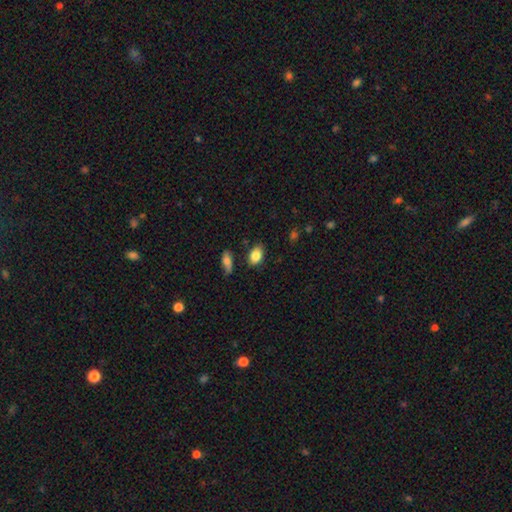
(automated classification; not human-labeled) A smooth galaxy with no disk features (85%) that is in between round and cigar-shaped (83%).

Vote fractions:
- Smooth or featured? smooth: 85% / star or artifact: 8% / featured or disk: 7%
- How rounded? in between: 83% / round: 15% / cigar-shaped: 2%
- Merging? none: 79% / minor disturbance: 14% / merger: 4% / major disturbance: 3%